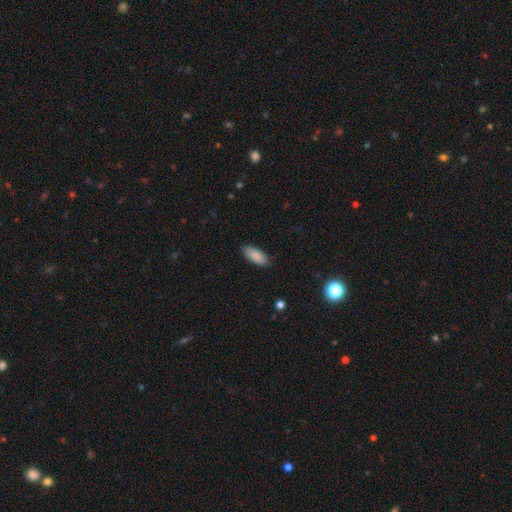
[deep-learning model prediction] The model was most divided on "how rounded": in between: 84%, cigar-shaped: 14%, round: 2%. More confident: smooth or featured — smooth (89%); merging — none (87%).